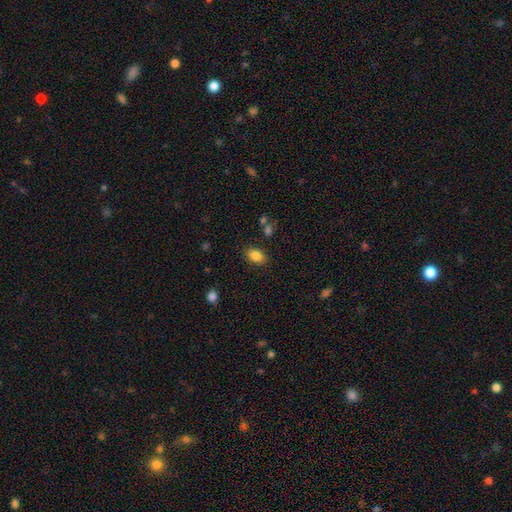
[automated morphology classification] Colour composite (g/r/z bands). It shows a smooth galaxy with no disk features (85%) that is in between round and cigar-shaped (85%). Merging: none (84%).